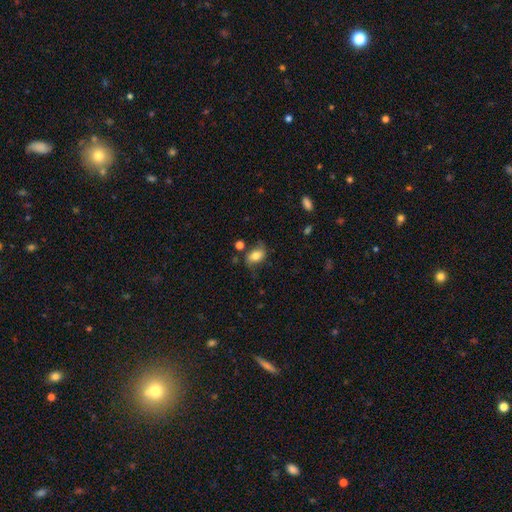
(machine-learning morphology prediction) smooth-or-featured: smooth: 62% | featured or disk: 29% | star or artifact: 9%
  how-rounded: in between: 84% | round: 14% | cigar-shaped: 2%
  merging: none: 59% | minor disturbance: 25% | major disturbance: 11% | merger: 5%